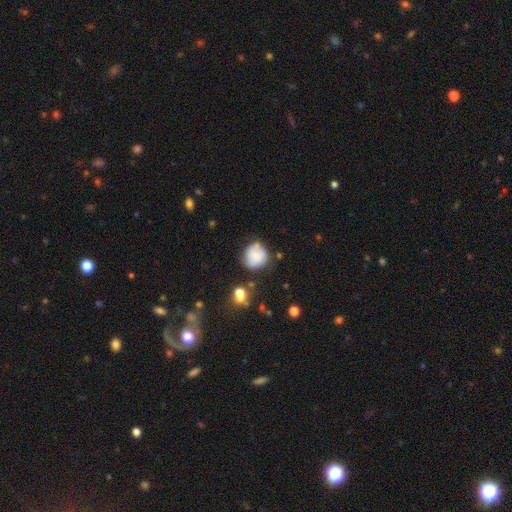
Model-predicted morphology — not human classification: Overall: smooth (68%). How rounded: round (81%). Merging: none (59%; minor disturbance 27%).